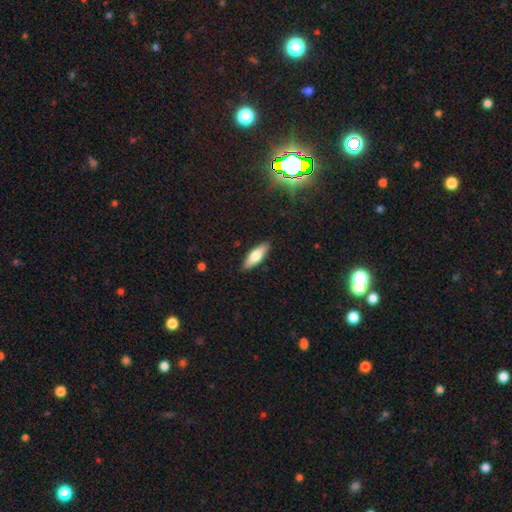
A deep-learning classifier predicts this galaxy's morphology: smooth-or-featured: smooth: 67% | featured or disk: 27% | star or artifact: 6%
  how-rounded: in between: 51% | cigar-shaped: 47% | round: 2%
  merging: none: 89% | minor disturbance: 8% | major disturbance: 2% | merger: 1%